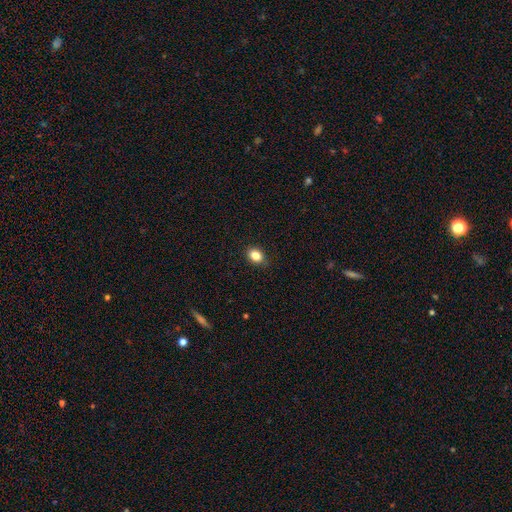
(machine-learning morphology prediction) A smooth galaxy with no disk features (85%) that is in between round and cigar-shaped (64%).

Vote fractions:
- Smooth or featured? smooth: 85% / star or artifact: 10% / featured or disk: 5%
- How rounded? in between: 64% / round: 34% / cigar-shaped: 1%
- Merging? none: 85% / minor disturbance: 12% / major disturbance: 2% / merger: 1%